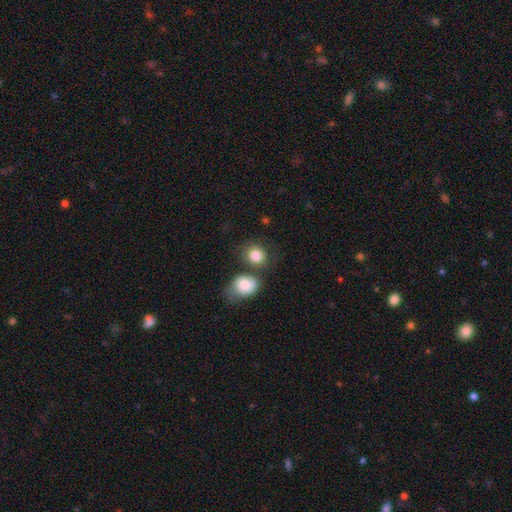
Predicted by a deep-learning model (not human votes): smooth_or_featured: smooth (p=0.84) [alt: featured or disk p=0.08]
how_rounded: round (p=0.69) [alt: in between p=0.30]
merging: none (p=0.51) [alt: merger p=0.30]